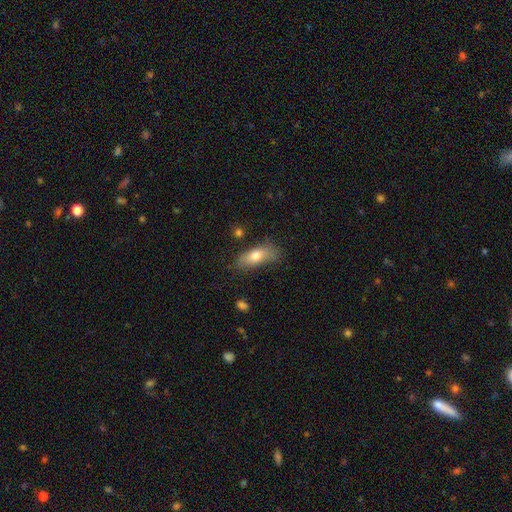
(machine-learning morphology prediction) type=smooth (74%); roundness=in between (73%); merging=none (63%).